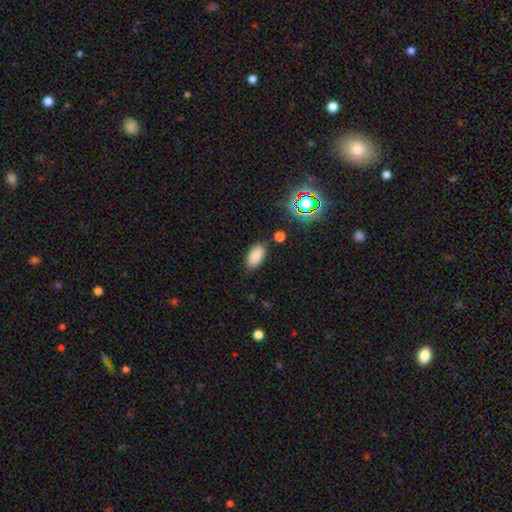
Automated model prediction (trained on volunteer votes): smooth_or_featured: smooth (p=0.85) [alt: star or artifact p=0.10]
how_rounded: in between (p=0.93) [alt: cigar-shaped p=0.04]
merging: none (p=0.85) [alt: minor disturbance p=0.10]